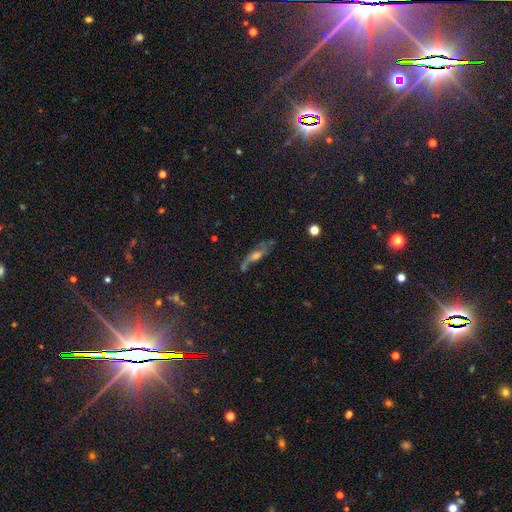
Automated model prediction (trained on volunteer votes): Overall: featured or disk (56%; smooth 31%). Edge-on disk: no (56%; yes 44%). Merging: none (48%; minor disturbance 24%).